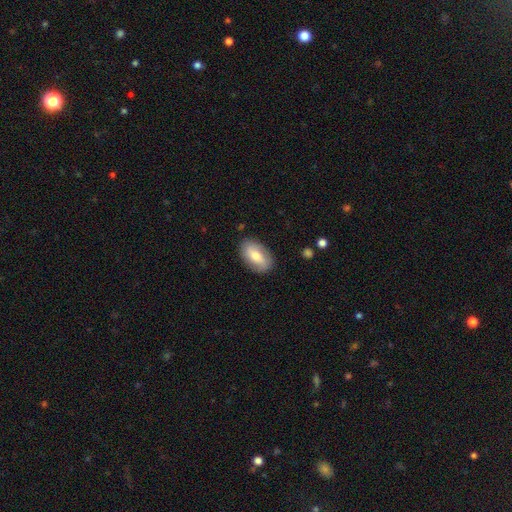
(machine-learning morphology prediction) Smooth or featured? Predicted: smooth (p=0.60). How rounded? Predicted: in between (p=0.91). Merging? Predicted: none (p=0.84).